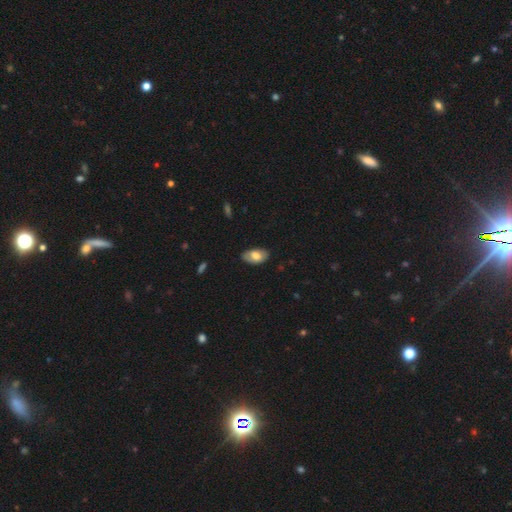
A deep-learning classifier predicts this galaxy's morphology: Smooth or featured: smooth — 72% (featured or disk — 22%)
How rounded: in between — 94% (round — 4%)
Merging: none — 82% (minor disturbance — 14%)